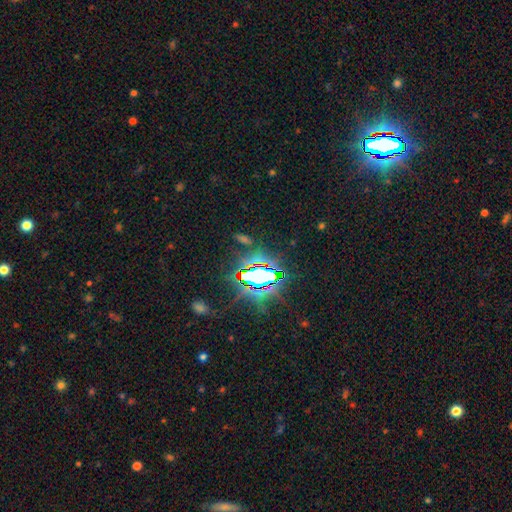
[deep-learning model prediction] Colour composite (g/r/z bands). It shows a star or artifact, not a galaxy (84%).